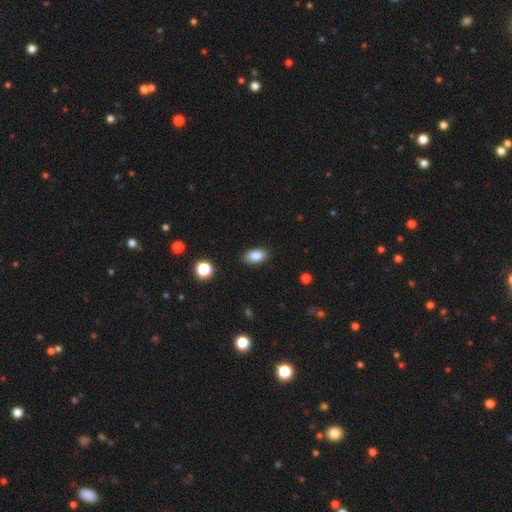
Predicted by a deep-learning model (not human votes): A smooth galaxy with no disk features (86%) that is in between round and cigar-shaped (91%). Merging: none (88%).